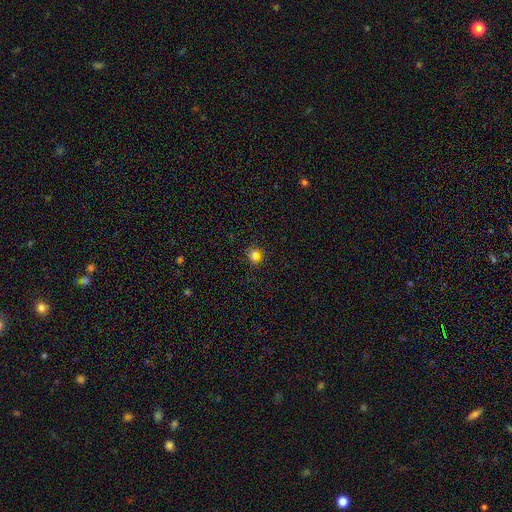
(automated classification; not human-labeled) Morphology: type=smooth (74%); roundness=round (69%); merging=none (87%).